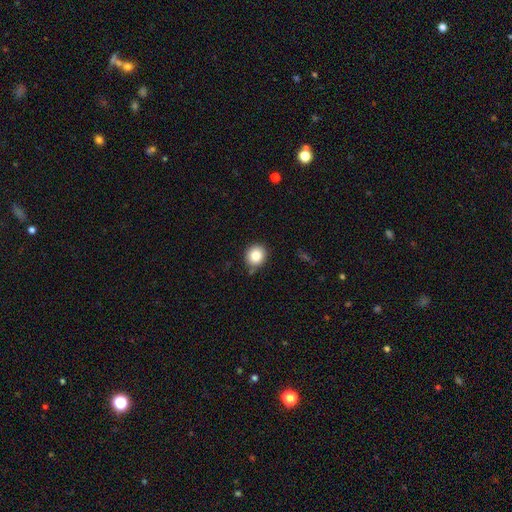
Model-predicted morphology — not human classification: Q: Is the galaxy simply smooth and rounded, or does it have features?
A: smooth — 85%.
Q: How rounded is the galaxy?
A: round — 87%.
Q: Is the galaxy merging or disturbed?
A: none — 81%.